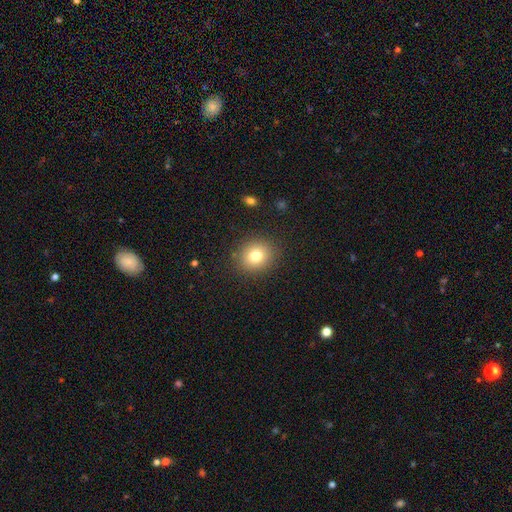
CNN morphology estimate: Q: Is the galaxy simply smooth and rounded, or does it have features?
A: smooth — 78%.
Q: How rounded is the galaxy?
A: round — 76%.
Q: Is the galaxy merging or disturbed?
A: none — 88%.